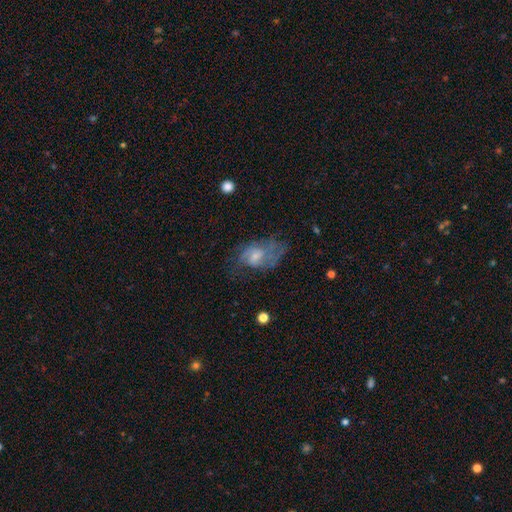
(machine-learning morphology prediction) Smooth or featured? Predicted: featured or disk (p=0.69). Edge-on disk? Predicted: no (p=0.96). Bar? Predicted: no (p=0.55). Spiral arms? Predicted: yes (p=0.82). Spiral winding? Predicted: medium (p=0.45). Spiral arm count? Predicted: 2 (p=0.44). Bulge size? Predicted: small (p=0.54). Merging? Predicted: none (p=0.50).